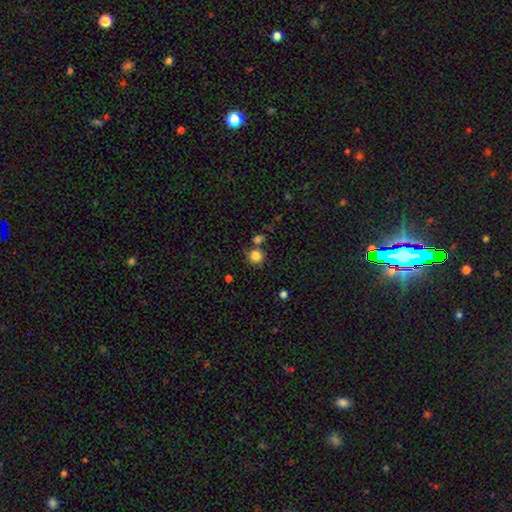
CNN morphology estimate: Smooth or featured? smooth (84%)
How rounded? round (91%)
Merging? none (71%)